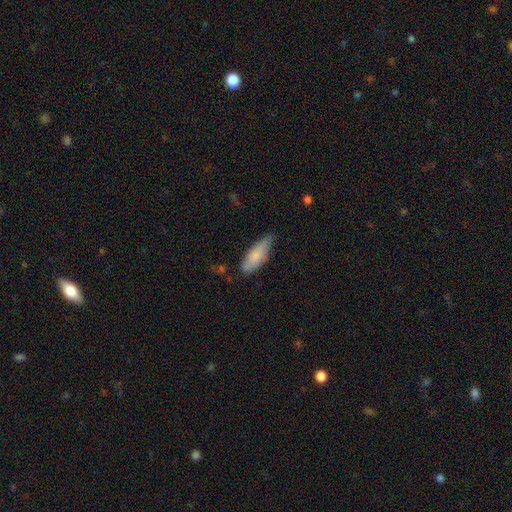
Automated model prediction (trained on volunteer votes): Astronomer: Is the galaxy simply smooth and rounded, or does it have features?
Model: smooth — 78%.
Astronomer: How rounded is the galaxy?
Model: in between — 65%.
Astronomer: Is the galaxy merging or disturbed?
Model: none — 53% (runner-up: minor disturbance, 39%).